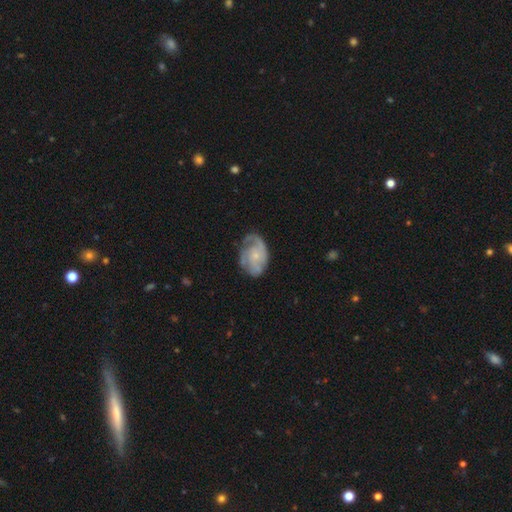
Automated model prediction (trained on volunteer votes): A featured or disk galaxy (73%) with no bar (77%), 2 (34%) tight (43%) spiral arms (89%) and a small central bulge (70%). Merging: none (56%).